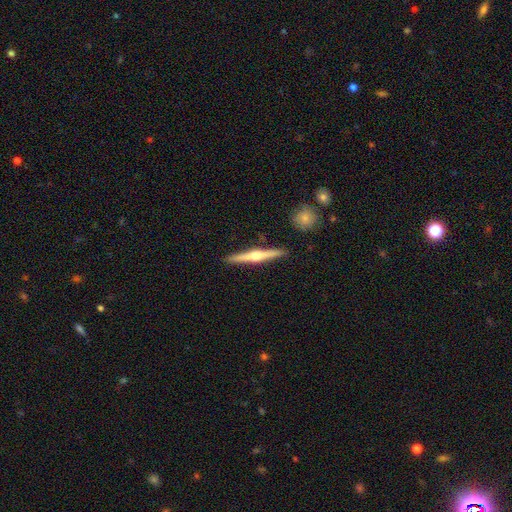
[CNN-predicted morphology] smooth_or_featured: featured or disk (p=0.71) [alt: smooth p=0.24]
disk_edge_on: yes (p=0.98) [alt: no p=0.02]
edge_on_bulge: rounded (p=0.93) [alt: none p=0.04]
merging: none (p=0.91) [alt: minor disturbance p=0.06]